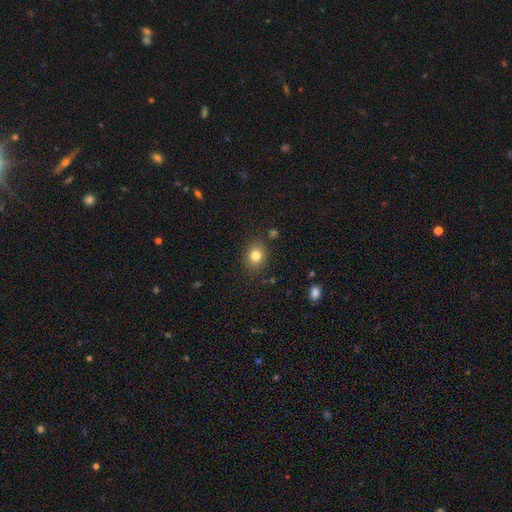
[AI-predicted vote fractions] Morphology: type=smooth (81%); roundness=round (60%); merging=none (85%).